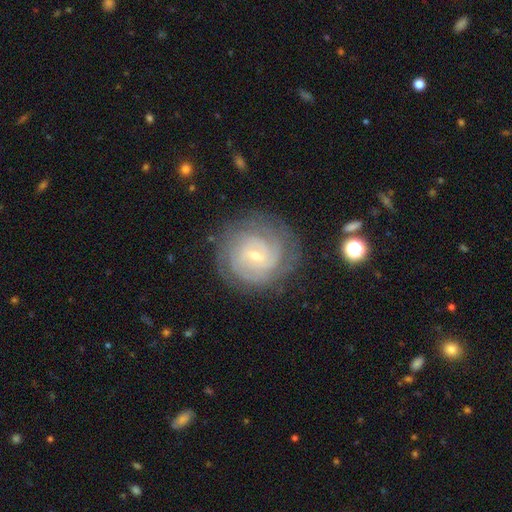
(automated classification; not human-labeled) A featured or disk galaxy (82%) with a weak bar (52%), tight (74%) spiral arms (95%) and a small central bulge (74%).

Vote fractions:
- Smooth or featured? featured or disk: 82% / smooth: 12% / star or artifact: 7%
- Edge-on disk? no: 98% / yes: 2%
- Bar? weak: 52% / no: 37% / strong: 11%
- Spiral arms? yes: 95% / no: 5%
- Spiral winding? tight: 74% / medium: 22% / loose: 5%
- Spiral arm count? can't tell: 36% / 3: 19% / 2: 19% / 4: 15% / more than 4: 6% / 1: 6%
- Bulge size? small: 74% / moderate: 22% / none: 1% / large: 1% / dominant: 1%
- Merging? none: 80% / minor disturbance: 13% / major disturbance: 5% / merger: 1%